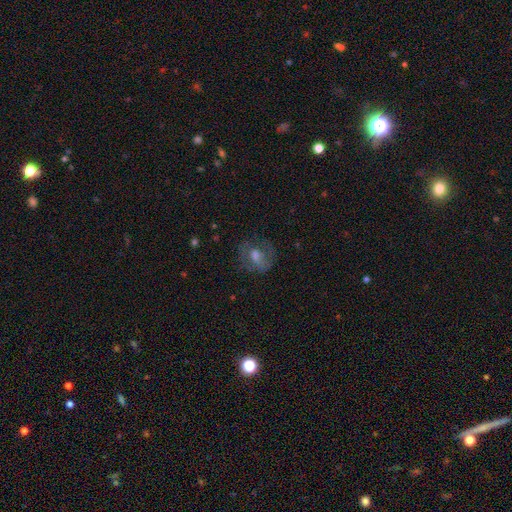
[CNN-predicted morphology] Smooth or featured? featured or disk (48%)
Merging? none (66%)